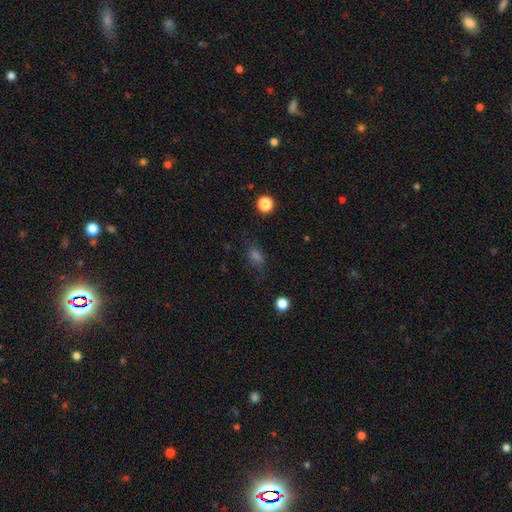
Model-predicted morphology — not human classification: Smooth or featured? smooth (61%)
How rounded? in between (72%)
Merging? none (69%)